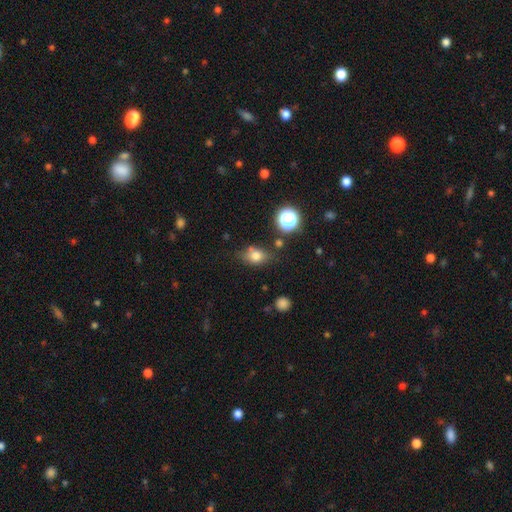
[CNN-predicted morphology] The model was most divided on "how rounded": in between: 69%, round: 28%, cigar-shaped: 3%. More confident: smooth or featured — smooth (75%); merging — none (67%).